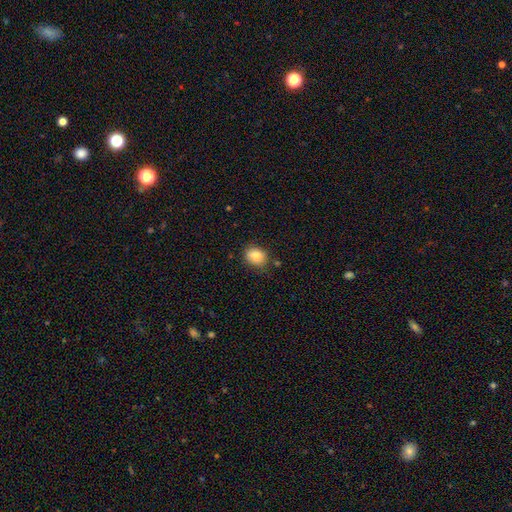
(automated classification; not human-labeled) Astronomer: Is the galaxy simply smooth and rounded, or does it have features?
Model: smooth — 84%.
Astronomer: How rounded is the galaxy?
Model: in between — 51% (runner-up: round, 48%).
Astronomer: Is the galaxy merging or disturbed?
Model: none — 76%.